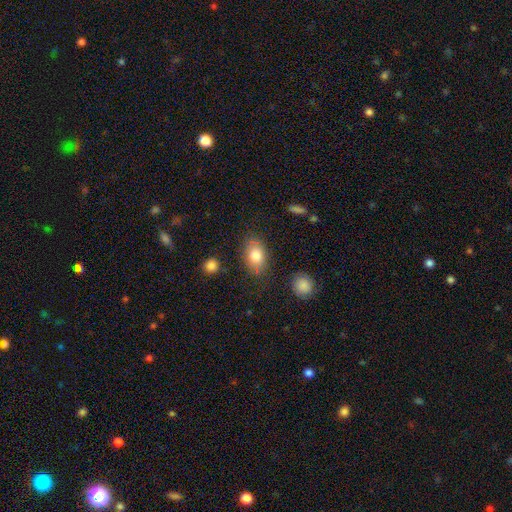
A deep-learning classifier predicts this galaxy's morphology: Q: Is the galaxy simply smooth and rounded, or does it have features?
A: smooth — 80%.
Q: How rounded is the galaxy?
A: in between — 84%.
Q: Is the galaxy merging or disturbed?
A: none — 80%.